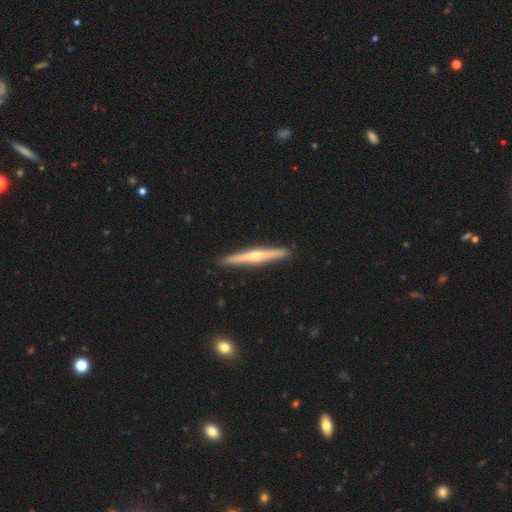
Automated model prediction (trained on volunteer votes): Morphology: type=featured or disk (71%); edge-on=yes (98%); edge-on bulge=rounded (85%); merging=none (92%).